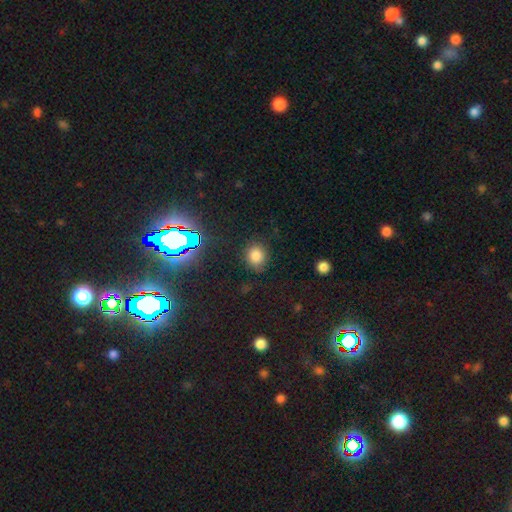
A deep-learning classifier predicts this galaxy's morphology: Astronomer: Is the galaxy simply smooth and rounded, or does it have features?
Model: smooth — 77%.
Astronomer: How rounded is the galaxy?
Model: round — 74%.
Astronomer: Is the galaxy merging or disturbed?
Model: none — 79%.